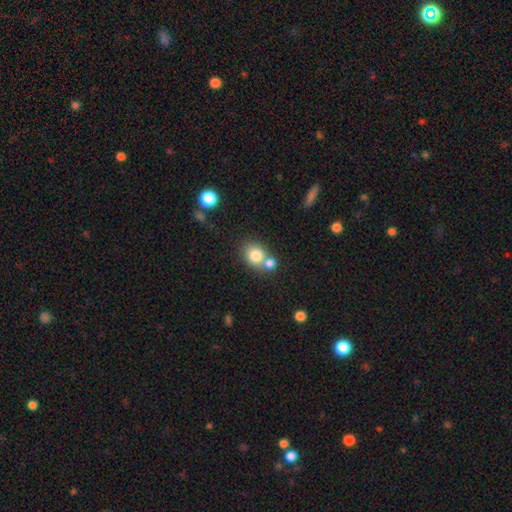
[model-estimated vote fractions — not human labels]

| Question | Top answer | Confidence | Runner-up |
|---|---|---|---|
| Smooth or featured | smooth | 80% | featured or disk (10%) |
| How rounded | round | 66% | in between (33%) |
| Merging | none | 45% | merger (43%) |